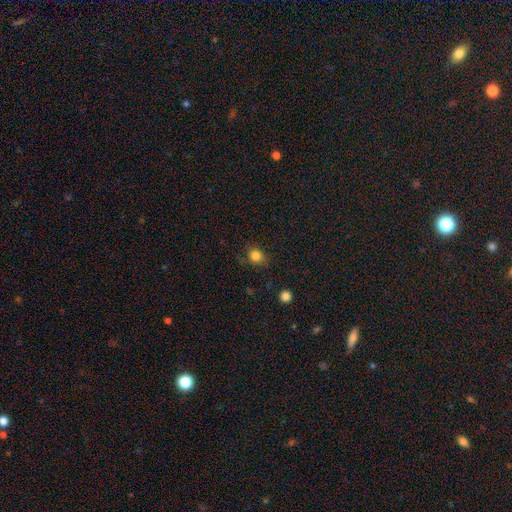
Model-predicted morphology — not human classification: This is clearly a smooth galaxy (82%). How rounded: likely round (70%). Merging: likely none (77%).